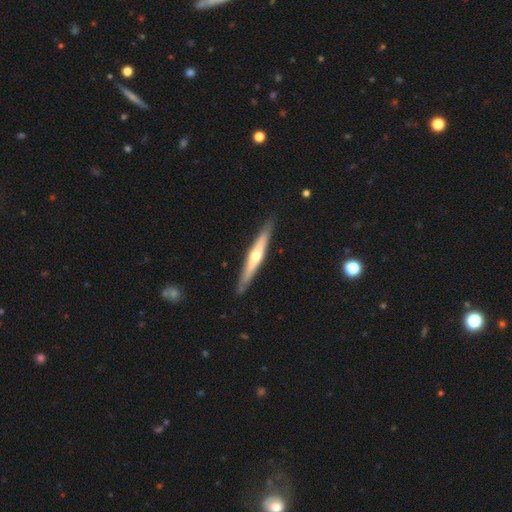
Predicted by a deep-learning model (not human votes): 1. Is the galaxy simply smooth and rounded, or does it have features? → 64% featured or disk, 31% smooth, 5% star or artifact.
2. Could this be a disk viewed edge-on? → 95% yes, 5% no.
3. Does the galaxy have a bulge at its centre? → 86% rounded, 11% none, 3% boxy.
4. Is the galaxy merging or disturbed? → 89% none, 8% minor disturbance, 2% major disturbance, 1% merger.